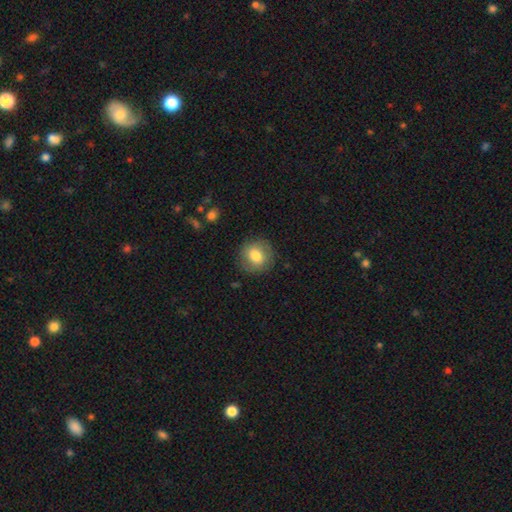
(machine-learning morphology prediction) Smooth or featured? Predicted: smooth (p=0.76). How rounded? Predicted: round (p=0.83). Merging? Predicted: none (p=0.84).